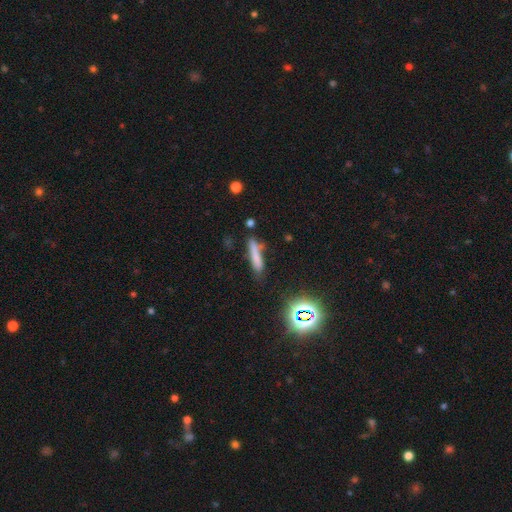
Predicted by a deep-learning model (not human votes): Overall: smooth (71%). How rounded: cigar-shaped (87%). Merging: none (65%).